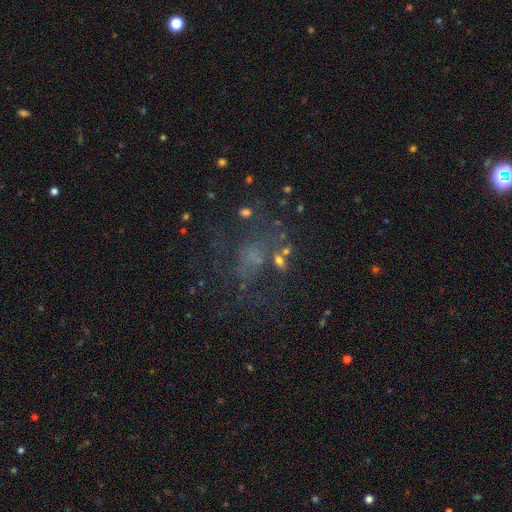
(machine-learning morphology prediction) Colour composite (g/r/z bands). It shows a featured or disk galaxy (47%). Merging: none (55%).